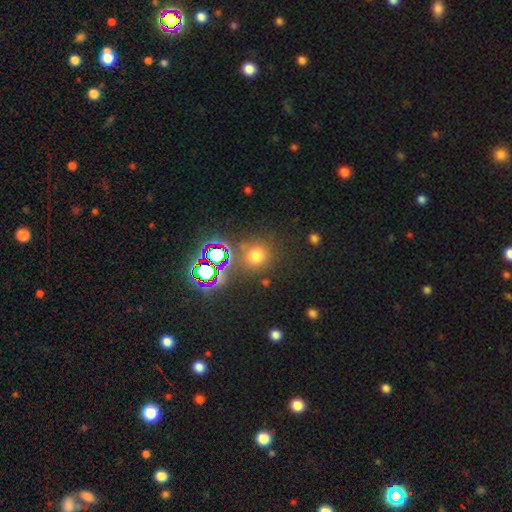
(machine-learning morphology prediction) Q: Smooth or featured?
A: smooth (63%); runner-up: star or artifact (29%)
Q: How rounded?
A: round (90%); runner-up: in between (9%)
Q: Merging?
A: none (77%); runner-up: minor disturbance (10%)